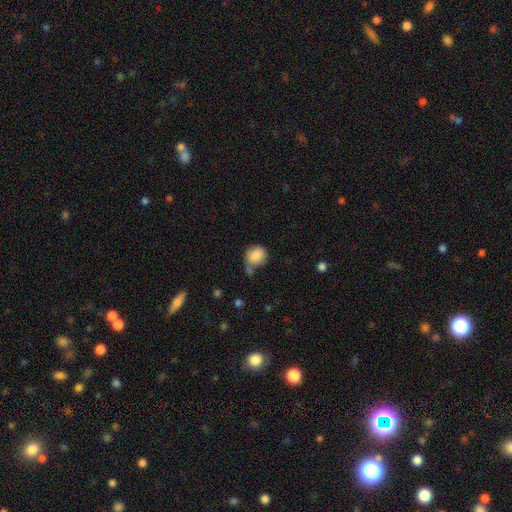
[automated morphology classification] Smooth or featured? Predicted: smooth (p=0.85). How rounded? Predicted: round (p=0.67). Merging? Predicted: none (p=0.46).